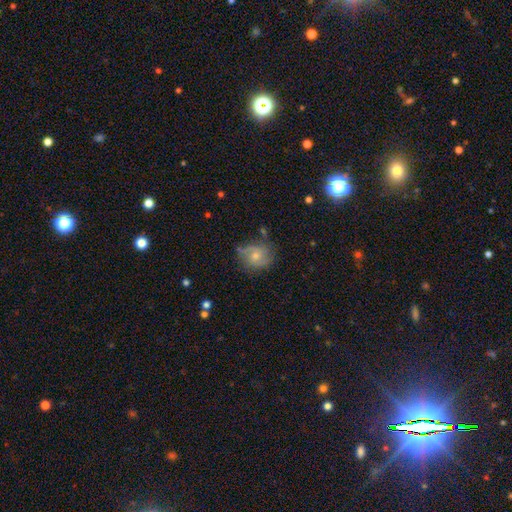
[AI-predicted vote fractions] Overall: smooth (50%; featured or disk 41%). How rounded: round (66%; in between 33%). Merging: none (58%; minor disturbance 27%).